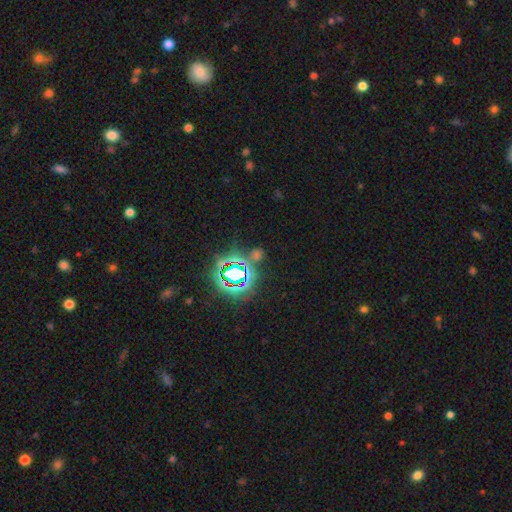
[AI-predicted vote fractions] This is likely a star or artifact rather than a galaxy (64%).